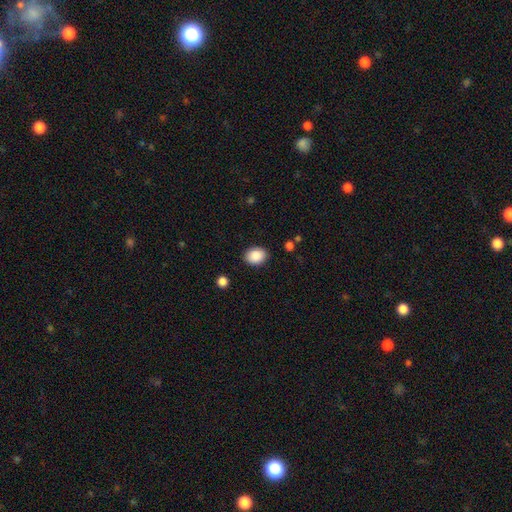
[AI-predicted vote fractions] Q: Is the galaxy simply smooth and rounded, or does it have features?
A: smooth — 89%.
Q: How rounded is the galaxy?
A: in between — 62%.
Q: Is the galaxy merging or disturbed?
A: none — 86%.